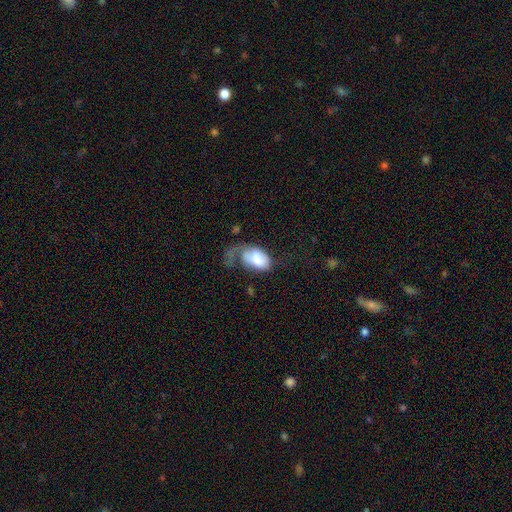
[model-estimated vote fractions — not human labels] A smooth galaxy with no disk features (60%) that is in between round and cigar-shaped (90%).

Vote fractions:
- Smooth or featured? smooth: 60% / featured or disk: 33% / star or artifact: 7%
- How rounded? in between: 90% / round: 8% / cigar-shaped: 2%
- Merging? major disturbance: 59% / minor disturbance: 17% / none: 15% / merger: 9%